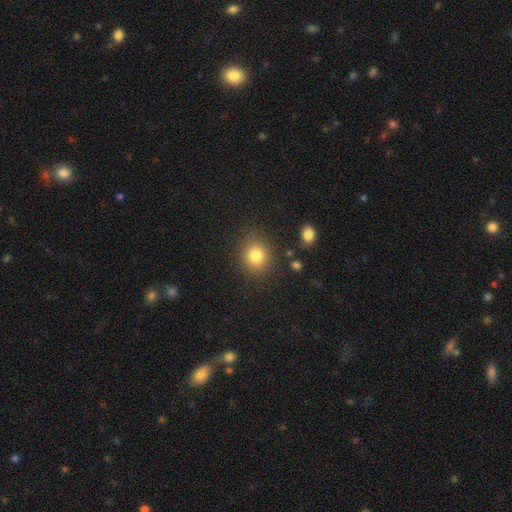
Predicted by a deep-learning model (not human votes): Morphology: type=smooth (82%); roundness=round (73%); merging=none (84%).